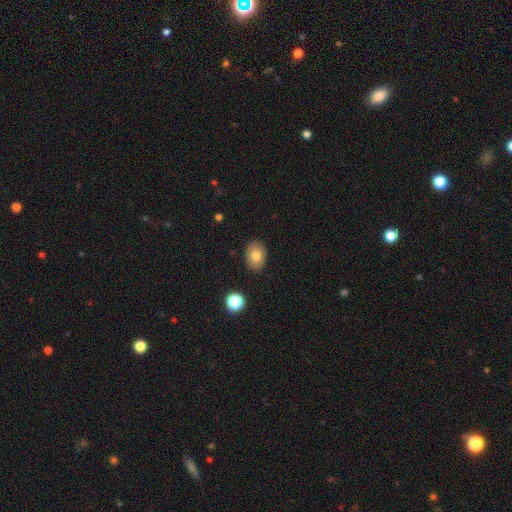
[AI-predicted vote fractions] This appears to be a smooth galaxy with no disk features (78%) that is in between round and cigar-shaped (74%). Merging: none (88%).